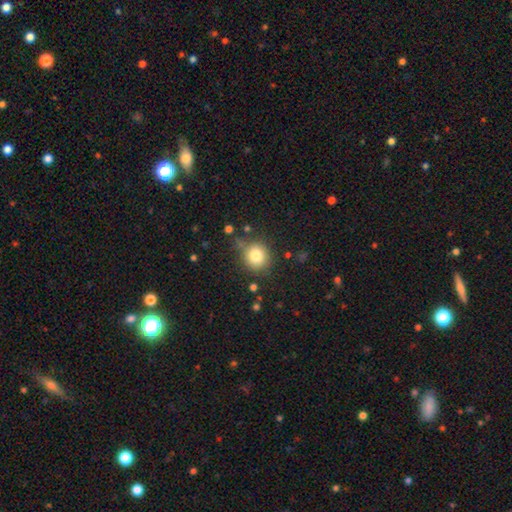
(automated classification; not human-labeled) A smooth galaxy with no disk features (80%) that is round (86%). Merging: none (76%).